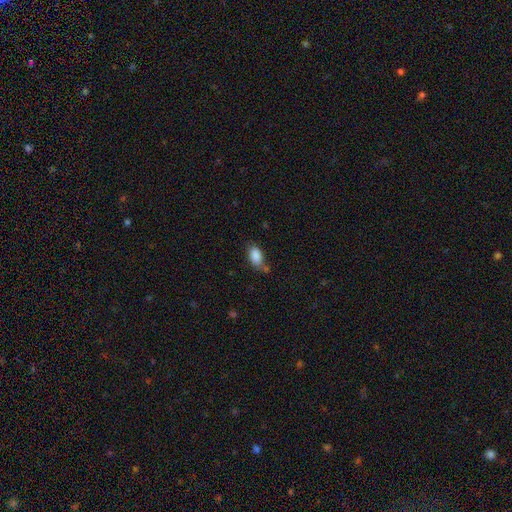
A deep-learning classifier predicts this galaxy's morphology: smooth-or-featured: smooth: 86% | star or artifact: 8% | featured or disk: 6%
  how-rounded: in between: 92% | round: 5% | cigar-shaped: 3%
  merging: none: 59% | minor disturbance: 23% | merger: 11% | major disturbance: 7%